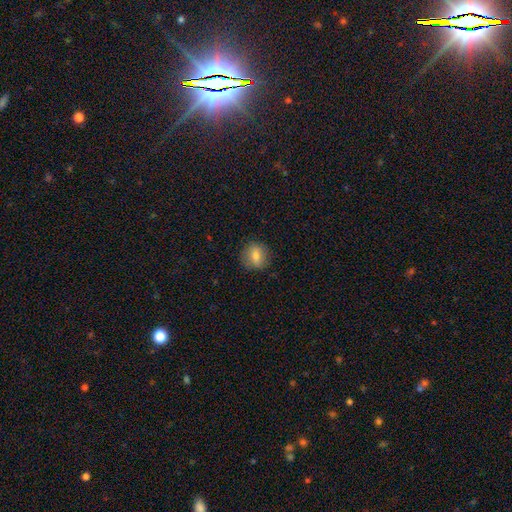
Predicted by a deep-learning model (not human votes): The model was most divided on "how rounded": round: 71%, in between: 27%, cigar-shaped: 2%. More confident: merging — none (83%); smooth or featured — smooth (77%).